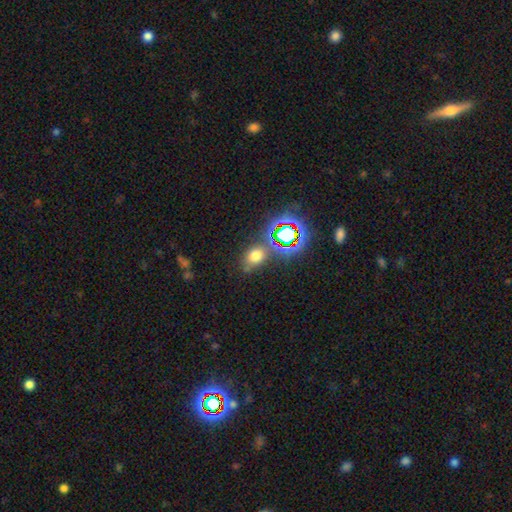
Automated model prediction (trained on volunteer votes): Overall: smooth (63%; star or artifact 28%). How rounded: in between (56%; round 42%). Merging: none (67%).